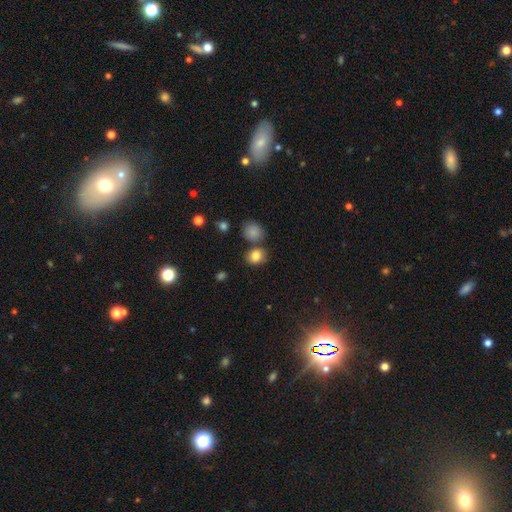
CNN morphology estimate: This is clearly a smooth galaxy (84%). How rounded: likely round (64%). Merging: likely none (68%).